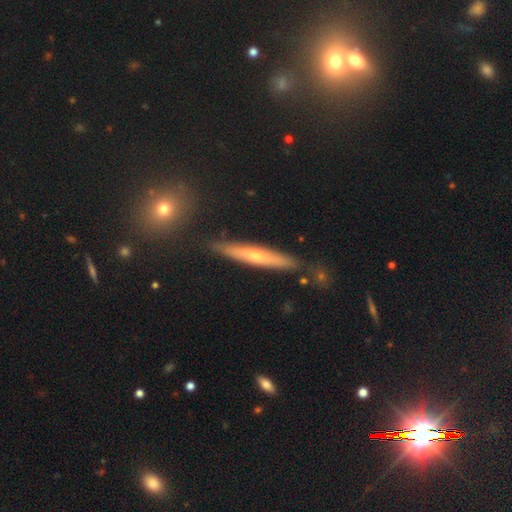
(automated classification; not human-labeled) A featured or disk galaxy (57%) viewed edge-on (90%) with a rounded central bulge (68%).

Vote fractions:
- Smooth or featured? featured or disk: 57% / smooth: 36% / star or artifact: 8%
- Edge-on disk? yes: 90% / no: 10%
- Edge-on bulge? rounded: 68% / none: 28% / boxy: 4%
- Merging? none: 86% / minor disturbance: 10% / merger: 2% / major disturbance: 2%